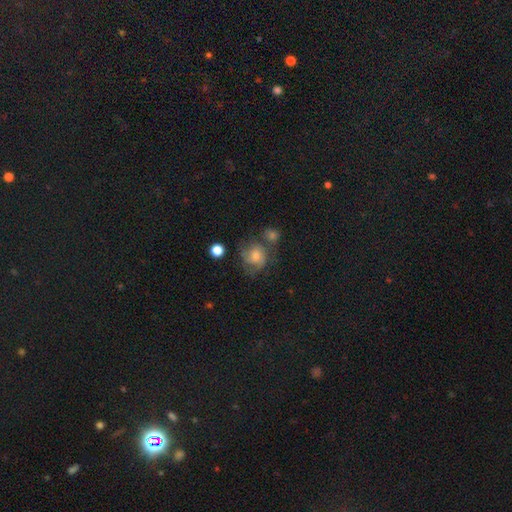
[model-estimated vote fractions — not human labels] Overall: featured or disk (45%; smooth 40%). Merging: none (54%; minor disturbance 20%).